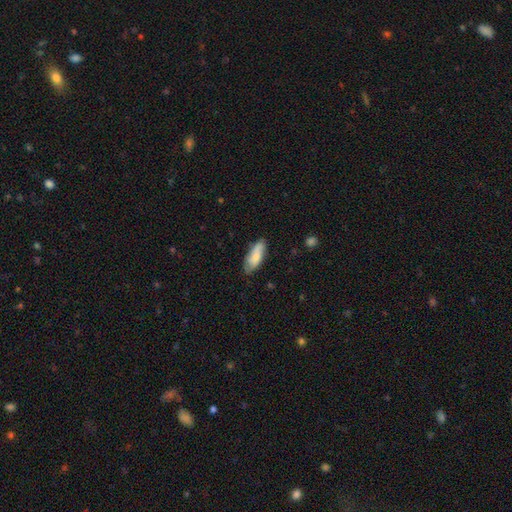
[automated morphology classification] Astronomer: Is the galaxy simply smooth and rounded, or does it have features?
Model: smooth — 72%.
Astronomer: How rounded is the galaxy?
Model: in between — 73%.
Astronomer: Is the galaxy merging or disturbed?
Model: none — 74%.